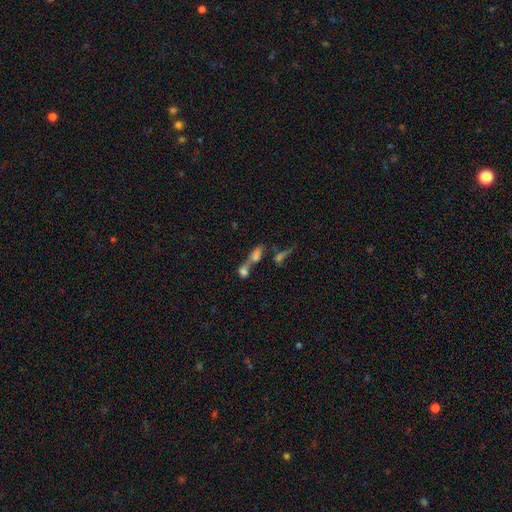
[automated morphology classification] type=smooth (61%); roundness=in between (63%); merging=merger (69%).